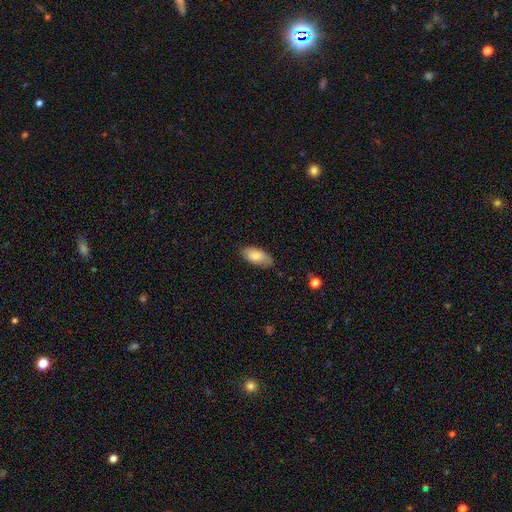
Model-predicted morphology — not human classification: Q: Smooth or featured?
A: smooth (79%); runner-up: featured or disk (15%)
Q: How rounded?
A: in between (93%); runner-up: cigar-shaped (5%)
Q: Merging?
A: none (76%); runner-up: minor disturbance (19%)